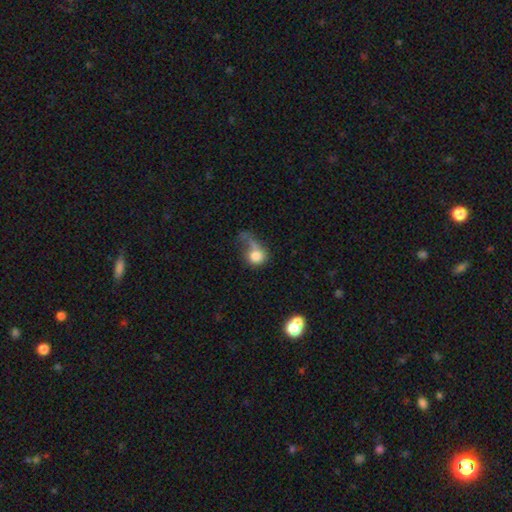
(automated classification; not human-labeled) A smooth galaxy with no disk features (73%) that is round (71%).

Vote fractions:
- Smooth or featured? smooth: 73% / featured or disk: 18% / star or artifact: 9%
- How rounded? round: 71% / in between: 28% / cigar-shaped: 2%
- Merging? major disturbance: 46% / none: 22% / minor disturbance: 17% / merger: 15%